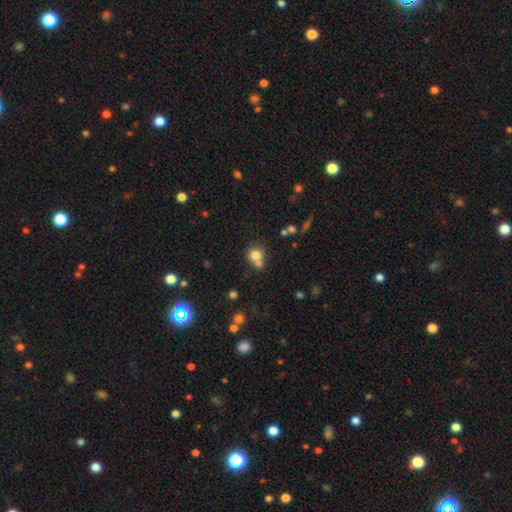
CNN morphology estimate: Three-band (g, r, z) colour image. It shows a smooth galaxy with no disk features (77%) that is round (82%). Merging: none (48%).